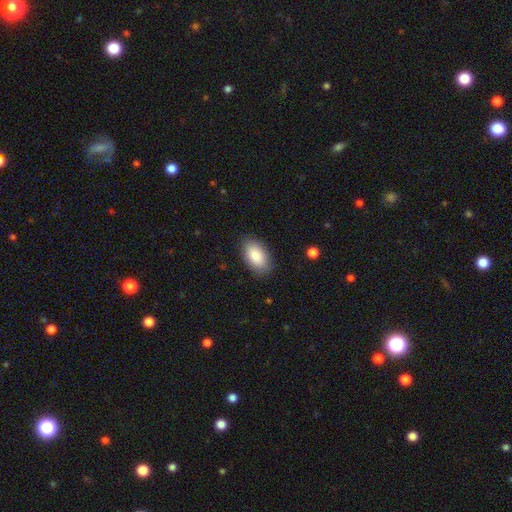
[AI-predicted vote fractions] smooth_or_featured: smooth (p=0.88) [alt: star or artifact p=0.06]
how_rounded: in between (p=0.94) [alt: round p=0.04]
merging: none (p=0.85) [alt: minor disturbance p=0.11]